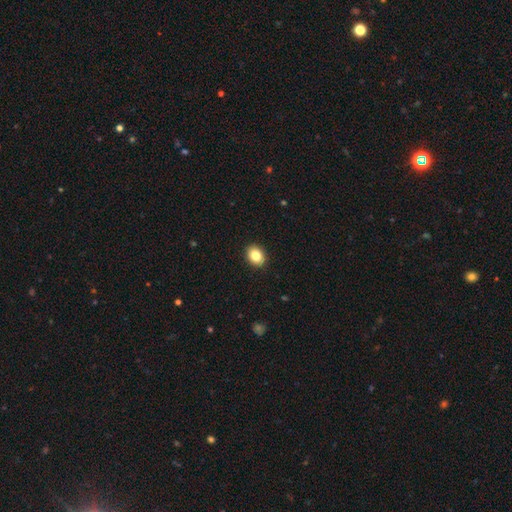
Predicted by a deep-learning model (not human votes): Morphology: type=smooth (85%); roundness=in between (61%); merging=none (91%).